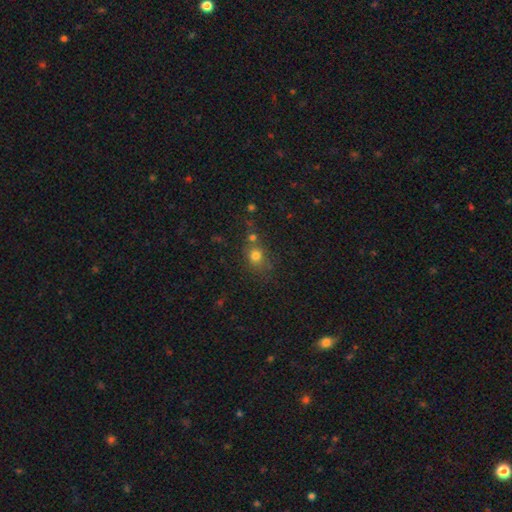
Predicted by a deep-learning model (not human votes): The model was most divided on "merging": none: 58%, merger: 23%, minor disturbance: 13%, major disturbance: 6%. More confident: smooth or featured — smooth (73%); how rounded — round (69%).